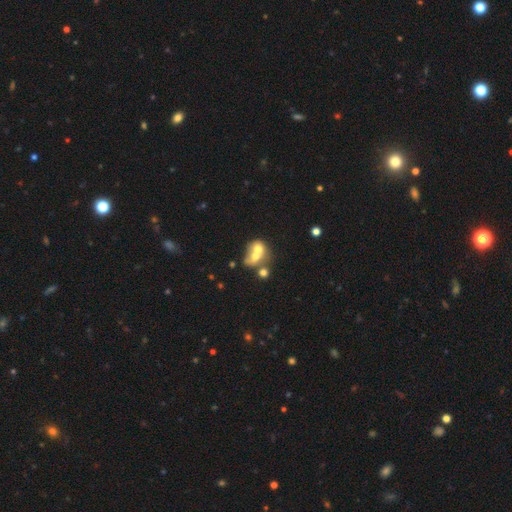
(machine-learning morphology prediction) type=smooth (57%); roundness=round (50%); merging=merger (74%).